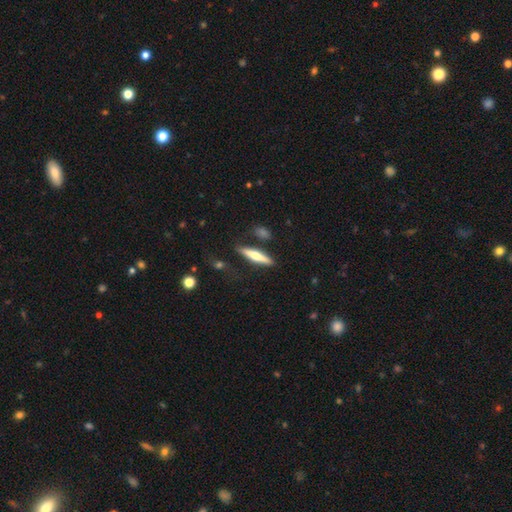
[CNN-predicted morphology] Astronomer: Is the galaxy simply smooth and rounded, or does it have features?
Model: smooth — 54% (runner-up: featured or disk, 40%).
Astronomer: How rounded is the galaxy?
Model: cigar-shaped — 85%.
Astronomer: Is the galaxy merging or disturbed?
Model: none — 79%.